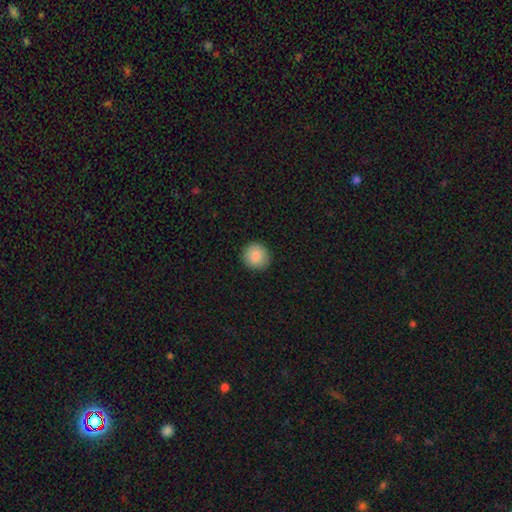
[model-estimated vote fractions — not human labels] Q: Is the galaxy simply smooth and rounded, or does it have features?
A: smooth — 88%.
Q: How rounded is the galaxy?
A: round — 93%.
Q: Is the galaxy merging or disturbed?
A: none — 91%.